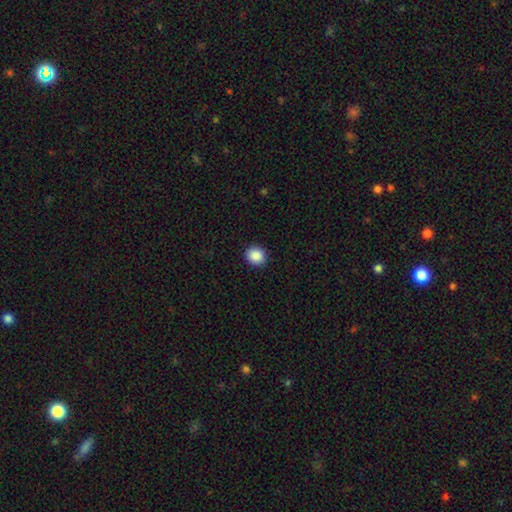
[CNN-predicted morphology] Smooth or featured: smooth — 89% (star or artifact — 9%)
How rounded: round — 72% (in between — 27%)
Merging: none — 90% (minor disturbance — 7%)